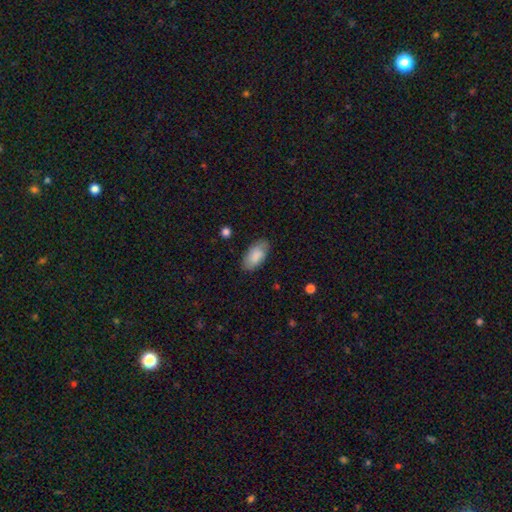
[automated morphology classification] Q: Smooth or featured?
A: smooth (86%); runner-up: featured or disk (8%)
Q: How rounded?
A: in between (94%); runner-up: cigar-shaped (4%)
Q: Merging?
A: none (80%); runner-up: minor disturbance (15%)